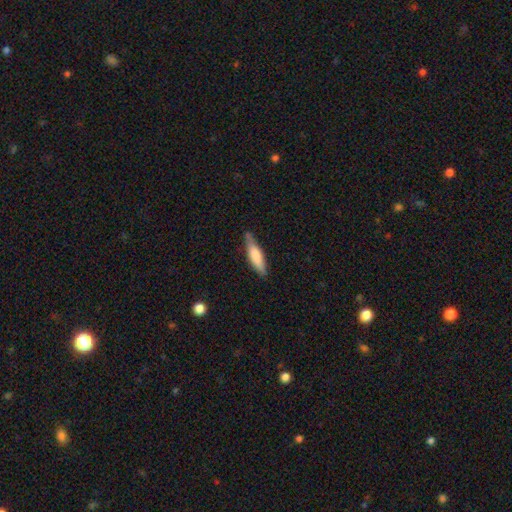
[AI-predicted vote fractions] smooth 71%, featured or disk 23%, star or artifact 6%. Down the decision tree: how rounded — cigar-shaped (70%); merging — none (74%).